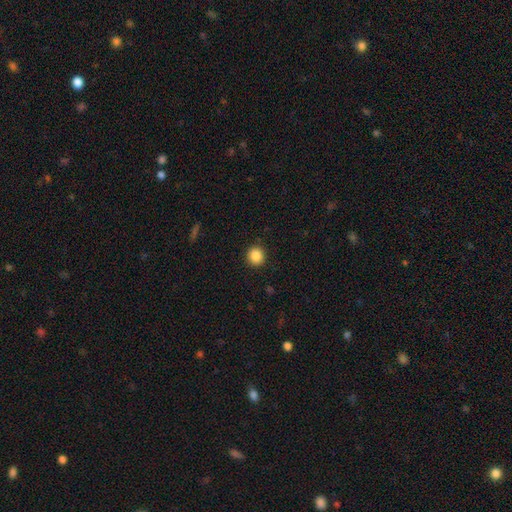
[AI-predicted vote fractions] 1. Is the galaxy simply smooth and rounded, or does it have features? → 87% smooth, 10% star or artifact, 3% featured or disk.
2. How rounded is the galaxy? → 92% round, 7% in between, 1% cigar-shaped.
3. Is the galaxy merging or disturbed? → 92% none, 5% minor disturbance, 2% major disturbance, 1% merger.